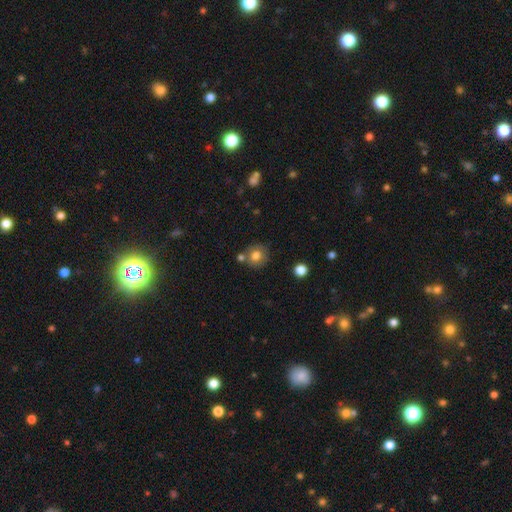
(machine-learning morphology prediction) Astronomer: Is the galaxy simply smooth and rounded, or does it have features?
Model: smooth — 77%.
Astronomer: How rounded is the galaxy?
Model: round — 86%.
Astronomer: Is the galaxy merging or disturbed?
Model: none — 70%.